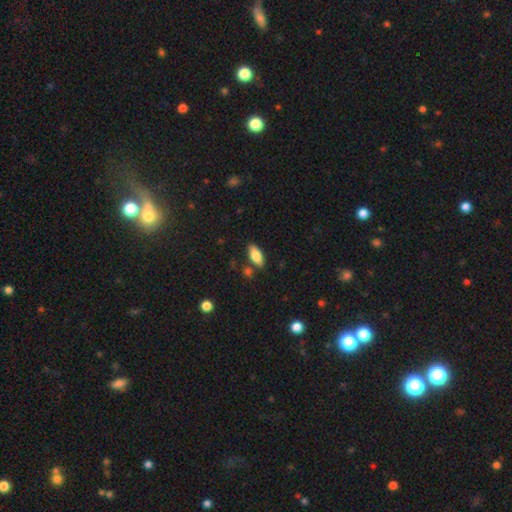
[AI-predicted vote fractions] The model was most divided on "smooth or featured": smooth: 78%, featured or disk: 15%, star or artifact: 7%. More confident: how rounded — in between (85%); merging — none (81%).